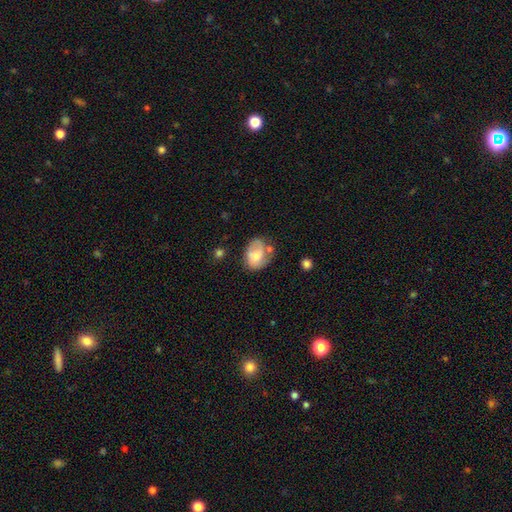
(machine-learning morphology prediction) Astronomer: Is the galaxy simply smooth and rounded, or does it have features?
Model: smooth — 59%.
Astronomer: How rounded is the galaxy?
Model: in between — 65%.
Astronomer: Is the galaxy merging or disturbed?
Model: none — 44% (runner-up: minor disturbance, 30%).